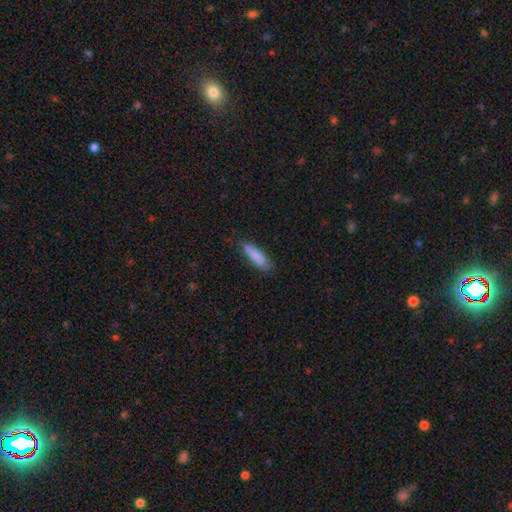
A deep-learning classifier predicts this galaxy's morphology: Smooth or featured: smooth — 83% (featured or disk — 10%)
How rounded: cigar-shaped — 66% (in between — 33%)
Merging: none — 72% (minor disturbance — 22%)